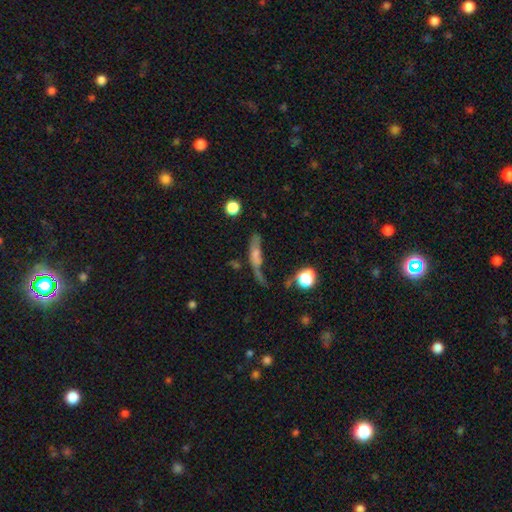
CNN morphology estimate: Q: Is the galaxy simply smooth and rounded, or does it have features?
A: smooth — 52%.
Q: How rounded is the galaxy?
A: cigar-shaped — 57%.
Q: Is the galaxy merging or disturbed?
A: major disturbance — 33%.